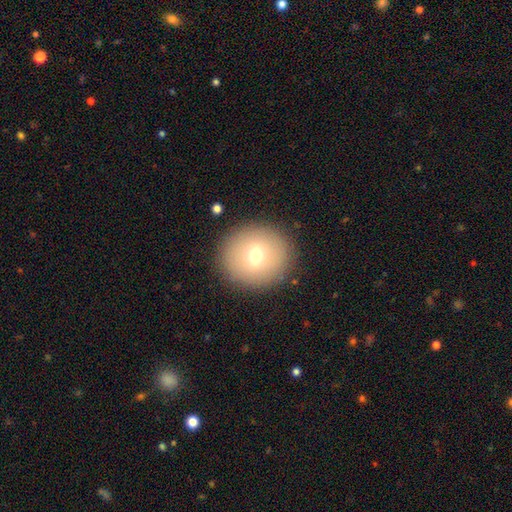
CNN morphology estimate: smooth-or-featured: smooth: 67% | featured or disk: 22% | star or artifact: 11%
  how-rounded: round: 89% | in between: 10% | cigar-shaped: 1%
  merging: none: 89% | minor disturbance: 7% | major disturbance: 3% | merger: 1%